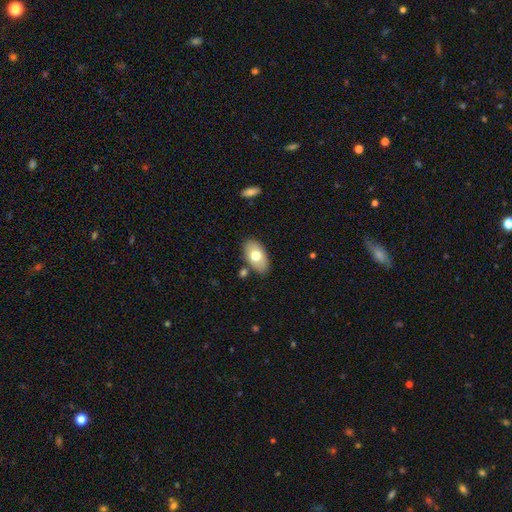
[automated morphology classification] A smooth galaxy with no disk features (68%) that is in between round and cigar-shaped (93%).

Vote fractions:
- Smooth or featured? smooth: 68% / featured or disk: 25% / star or artifact: 7%
- How rounded? in between: 93% / round: 6% / cigar-shaped: 2%
- Merging? none: 78% / minor disturbance: 13% / merger: 6% / major disturbance: 3%